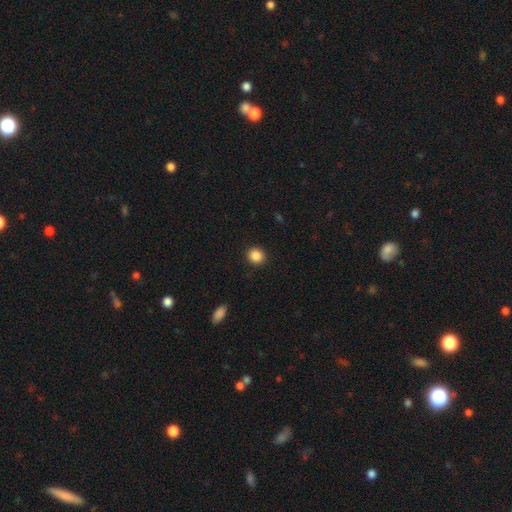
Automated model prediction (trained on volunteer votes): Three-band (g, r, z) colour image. It shows a smooth galaxy with no disk features (87%) that is round (88%). Merging: none (92%).